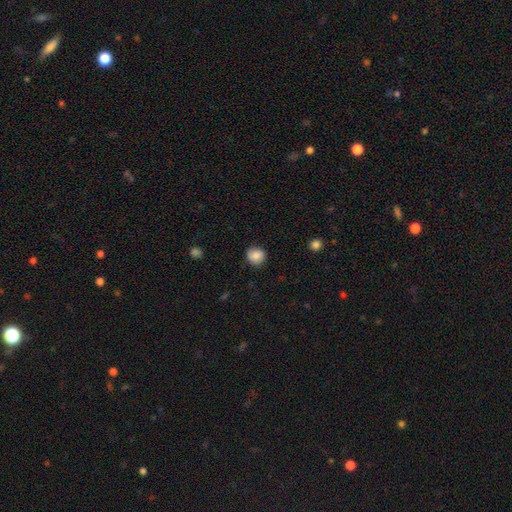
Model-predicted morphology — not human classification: Overall: smooth (84%). How rounded: round (90%). Merging: none (86%).